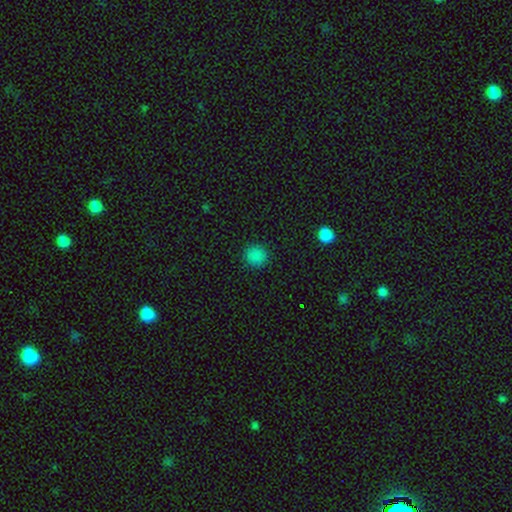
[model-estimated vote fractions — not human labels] smooth-or-featured: smooth: 84% | star or artifact: 14% | featured or disk: 3%
  how-rounded: round: 90% | in between: 9% | cigar-shaped: 1%
  merging: none: 91% | minor disturbance: 6% | major disturbance: 2% | merger: 1%